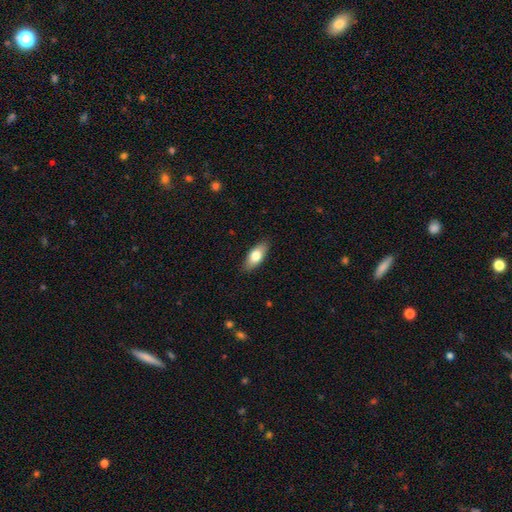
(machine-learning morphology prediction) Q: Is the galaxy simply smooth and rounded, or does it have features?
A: smooth — 77%.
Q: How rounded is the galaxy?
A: in between — 84%.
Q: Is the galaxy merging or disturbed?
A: none — 87%.